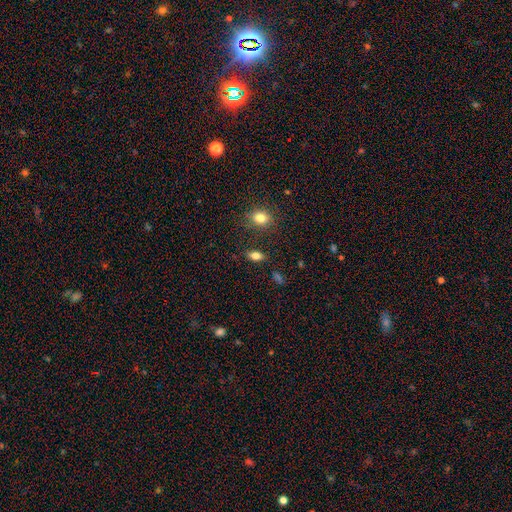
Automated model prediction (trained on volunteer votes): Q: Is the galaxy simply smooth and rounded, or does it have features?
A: smooth — 79%.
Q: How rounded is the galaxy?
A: in between — 84%.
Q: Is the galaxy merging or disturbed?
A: none — 85%.